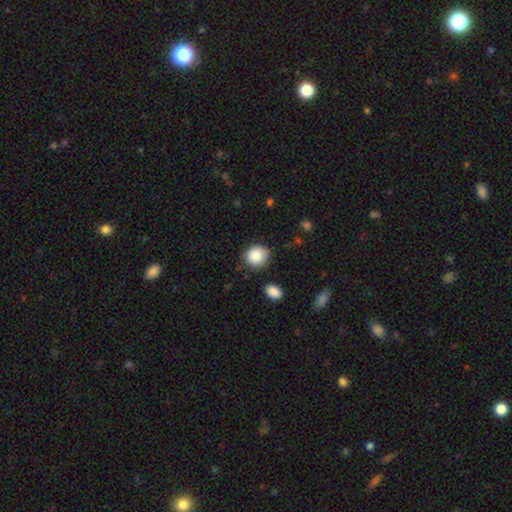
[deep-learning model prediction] Overall: smooth (86%). How rounded: round (82%). Merging: none (79%).